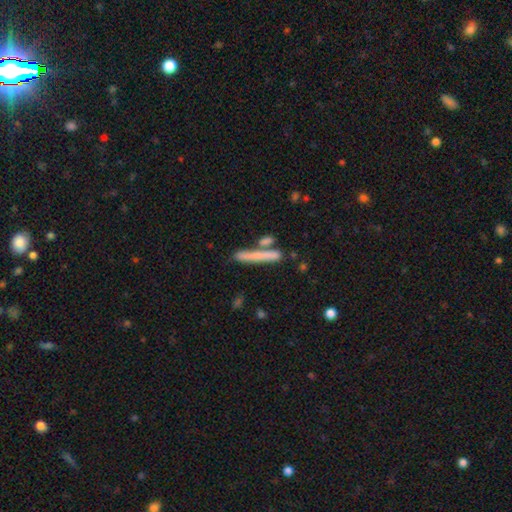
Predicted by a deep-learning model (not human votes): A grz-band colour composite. It shows a smooth galaxy with no disk features (67%) that is cigar-shaped (92%). Merging: none (67%).